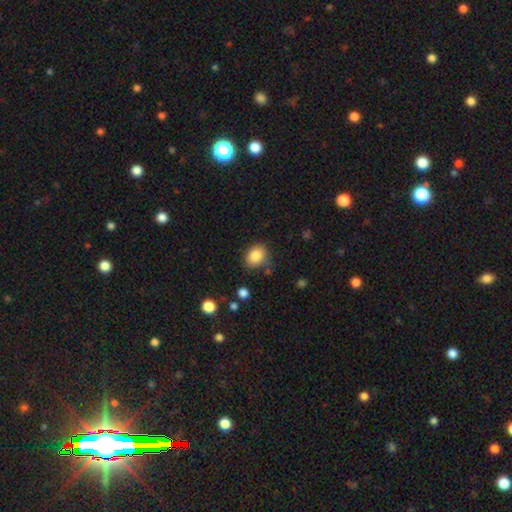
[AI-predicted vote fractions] Smooth or featured? smooth (86%)
How rounded? in between (50%)
Merging? none (74%)